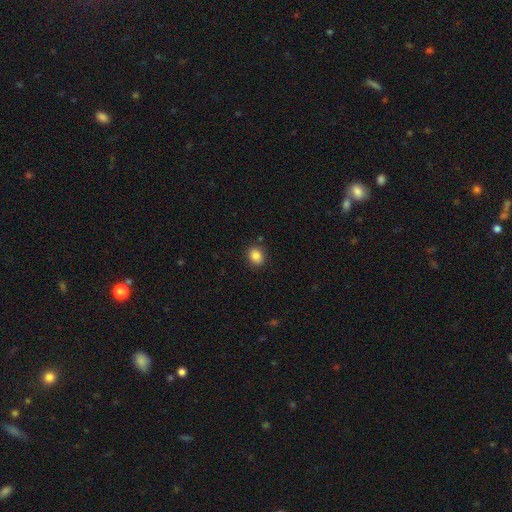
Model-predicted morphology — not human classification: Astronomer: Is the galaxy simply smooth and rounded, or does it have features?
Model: smooth — 86%.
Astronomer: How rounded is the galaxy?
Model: round — 51% (runner-up: in between, 48%).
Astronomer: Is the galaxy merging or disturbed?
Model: none — 87%.